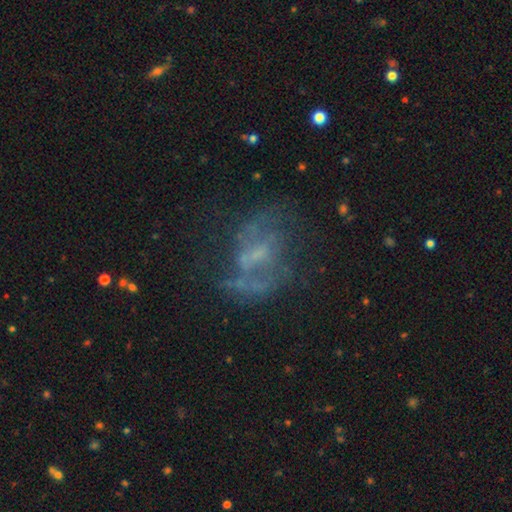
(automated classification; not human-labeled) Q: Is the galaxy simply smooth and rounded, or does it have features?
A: featured or disk — 65%.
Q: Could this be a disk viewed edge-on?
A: no — 96%.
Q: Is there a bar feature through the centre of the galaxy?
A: no — 47%.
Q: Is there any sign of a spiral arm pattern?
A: yes — 56%.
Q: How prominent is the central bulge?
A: none — 40%.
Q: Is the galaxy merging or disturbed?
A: none — 48%.